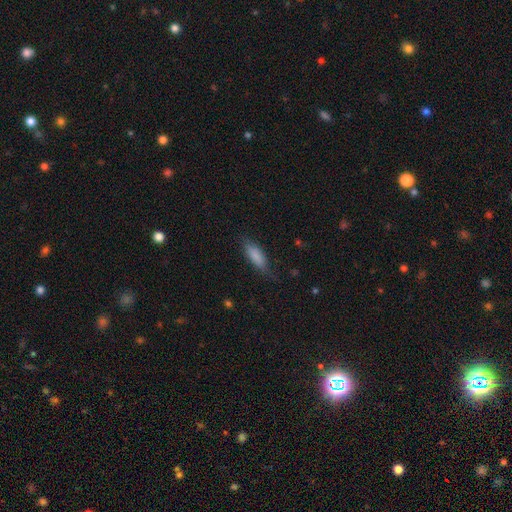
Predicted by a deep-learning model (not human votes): Overall: smooth (83%). How rounded: in between (66%; cigar-shaped 32%). Merging: none (66%).